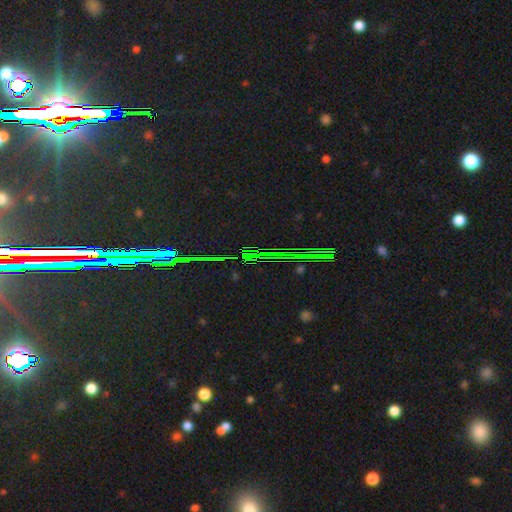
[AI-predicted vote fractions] This is clearly a star or artifact rather than a galaxy (83%).